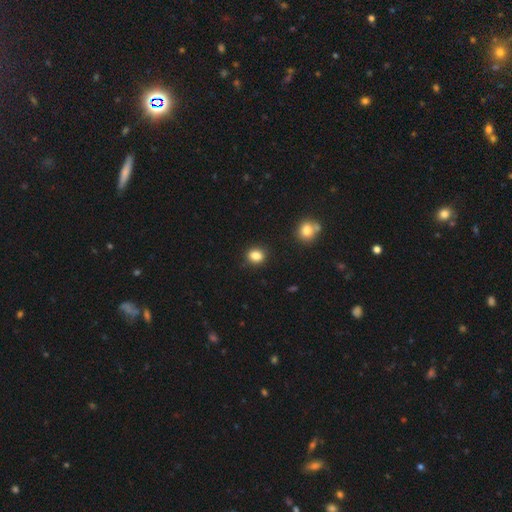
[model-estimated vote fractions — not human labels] Smooth or featured? Predicted: smooth (p=0.85). How rounded? Predicted: round (p=0.54). Merging? Predicted: none (p=0.88).